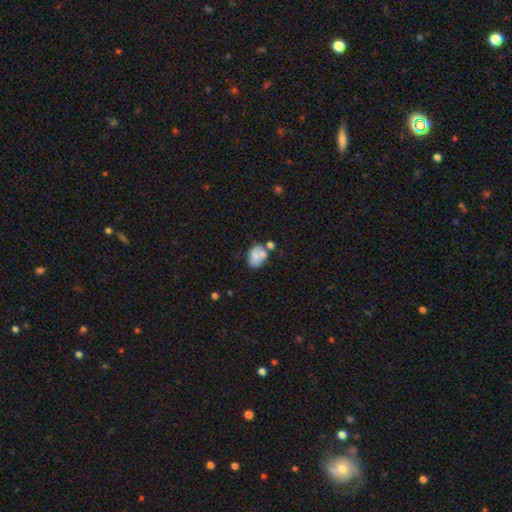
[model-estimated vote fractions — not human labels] smooth_or_featured: smooth (p=0.68) [alt: featured or disk p=0.24]
how_rounded: in between (p=0.80) [alt: round p=0.18]
merging: none (p=0.40) [alt: merger p=0.31]